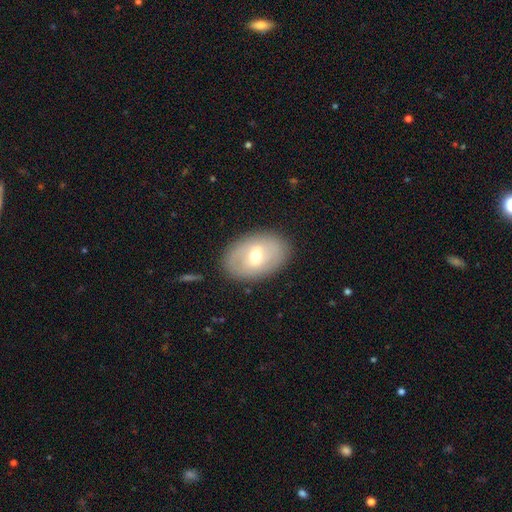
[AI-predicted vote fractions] smooth-or-featured: smooth: 50% | featured or disk: 42% | star or artifact: 8%
  how-rounded: in between: 83% | round: 16% | cigar-shaped: 1%
  merging: none: 86% | minor disturbance: 10% | major disturbance: 3% | merger: 1%